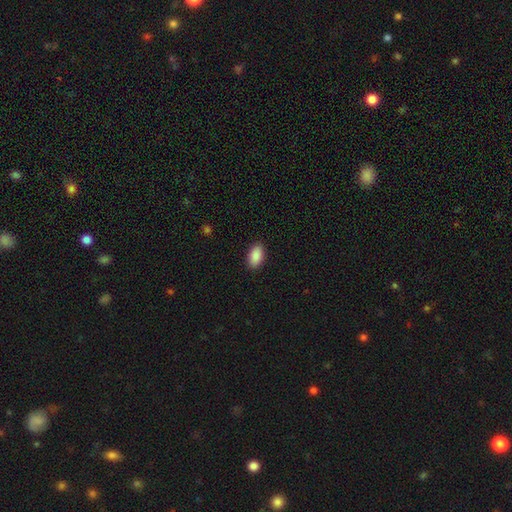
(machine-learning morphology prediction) The model was most divided on "merging": none: 89%, minor disturbance: 8%, major disturbance: 2%, merger: 1%. More confident: how rounded — in between (94%); smooth or featured — smooth (90%).